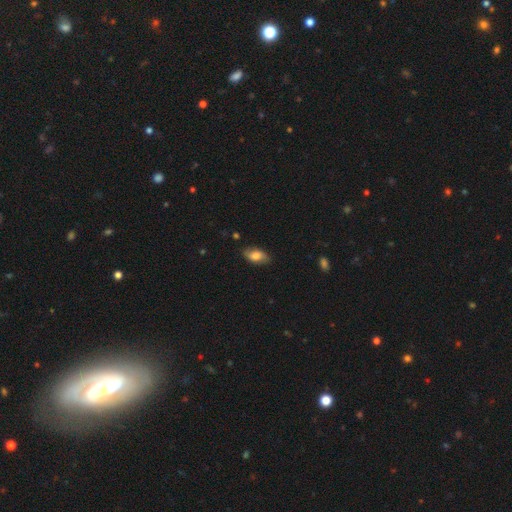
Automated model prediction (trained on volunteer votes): smooth-or-featured: smooth: 71% | featured or disk: 21% | star or artifact: 7%
  how-rounded: in between: 90% | round: 5% | cigar-shaped: 4%
  merging: none: 78% | minor disturbance: 17% | major disturbance: 3% | merger: 1%